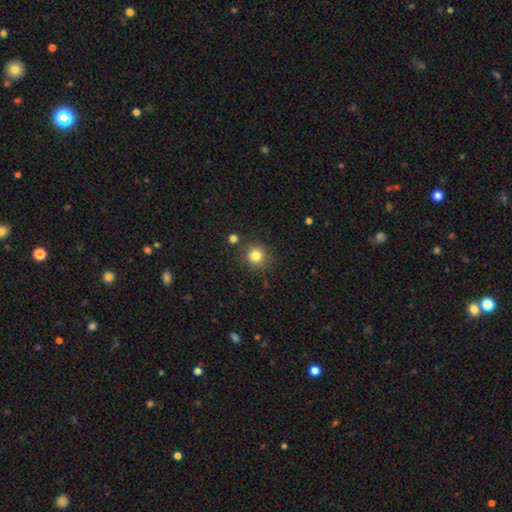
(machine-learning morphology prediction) This is clearly a smooth galaxy (82%). How rounded: clearly round (93%). Merging: clearly none (85%).